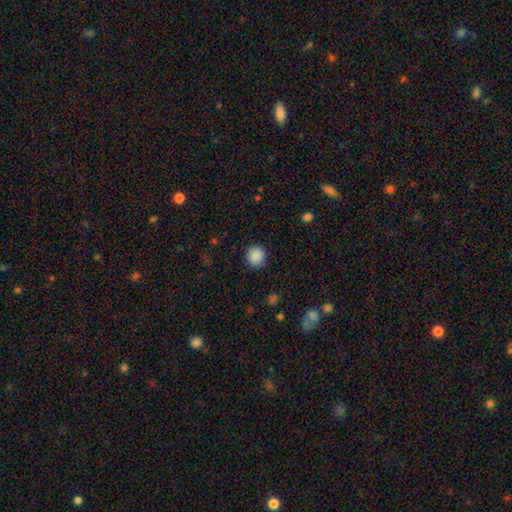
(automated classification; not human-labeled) smooth 89%, star or artifact 8%, featured or disk 3%. Down the decision tree: how rounded — round (90%); merging — none (90%).